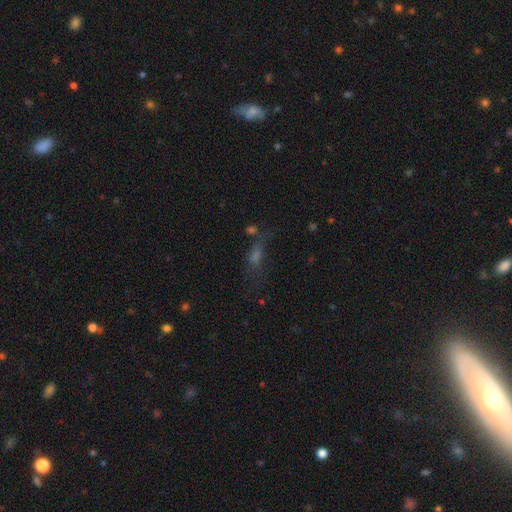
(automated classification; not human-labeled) A smooth galaxy with no disk features (43%). Merging: none (49%).